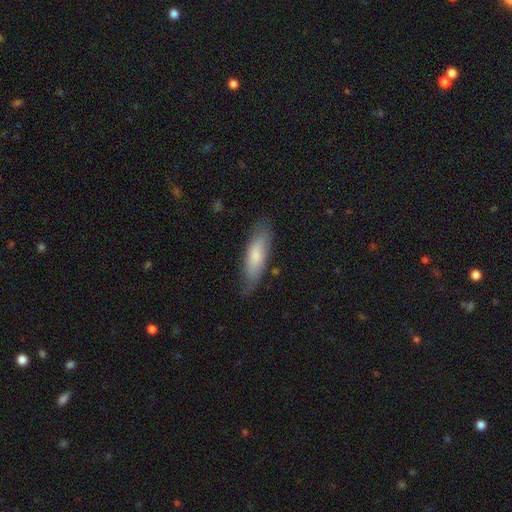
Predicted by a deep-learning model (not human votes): Smooth or featured: smooth — 73% (featured or disk — 21%)
How rounded: cigar-shaped — 50% (in between — 49%)
Merging: none — 72% (minor disturbance — 22%)